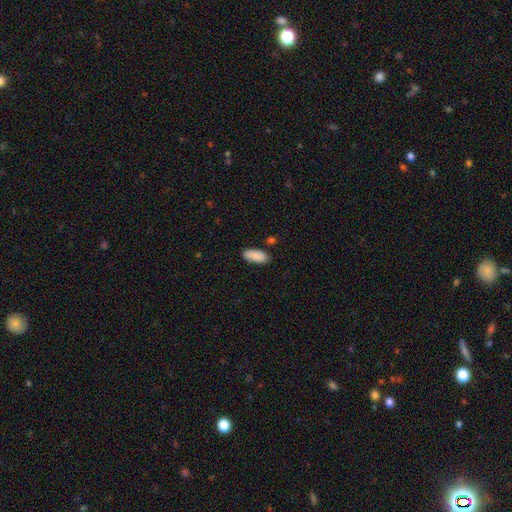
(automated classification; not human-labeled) Smooth or featured? smooth (90%)
How rounded? in between (81%)
Merging? none (84%)